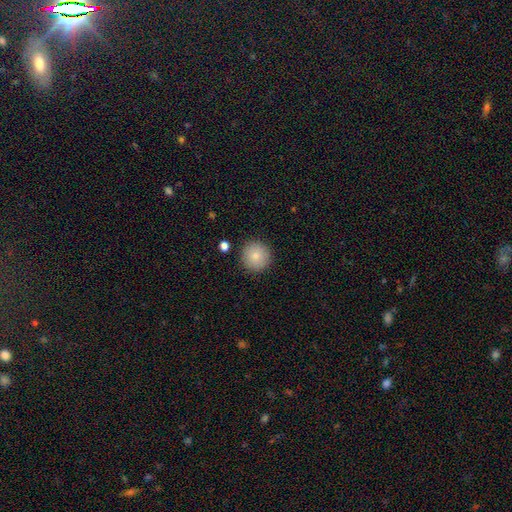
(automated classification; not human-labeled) Smooth or featured? Predicted: smooth (p=0.85). How rounded? Predicted: round (p=0.96). Merging? Predicted: none (p=0.91).